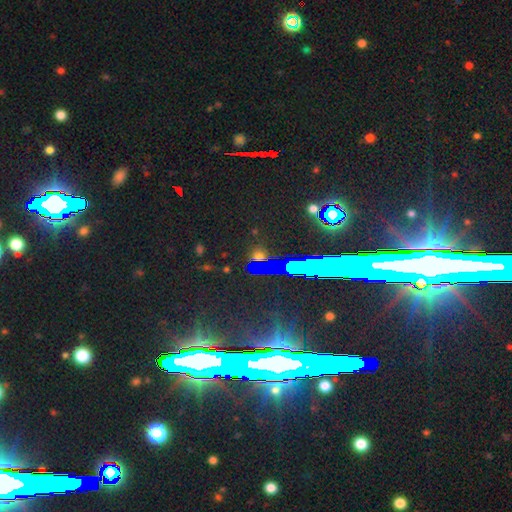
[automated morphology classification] Overall: star or artifact (82%).